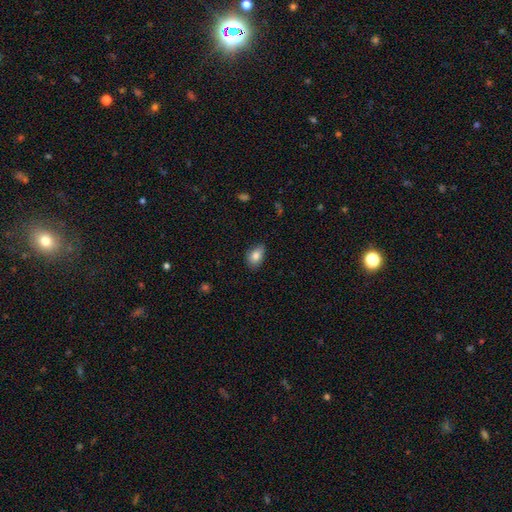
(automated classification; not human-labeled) The model was most divided on "merging": none: 73%, minor disturbance: 23%, major disturbance: 3%, merger: 1%. More confident: smooth or featured — smooth (83%); how rounded — in between (82%).